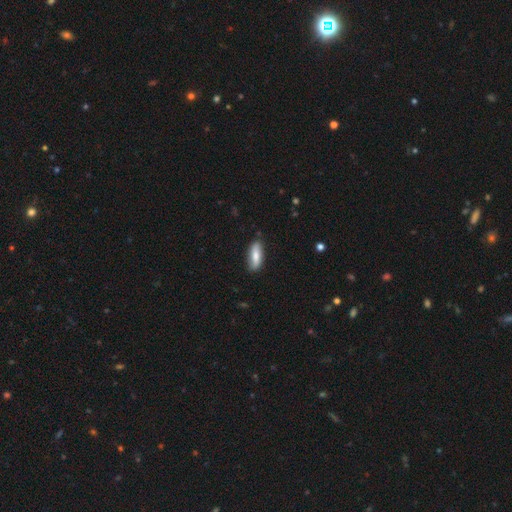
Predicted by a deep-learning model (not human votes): smooth-or-featured: smooth: 73% | featured or disk: 21% | star or artifact: 6%
  how-rounded: in between: 66% | cigar-shaped: 31% | round: 2%
  merging: none: 83% | minor disturbance: 13% | major disturbance: 2% | merger: 1%